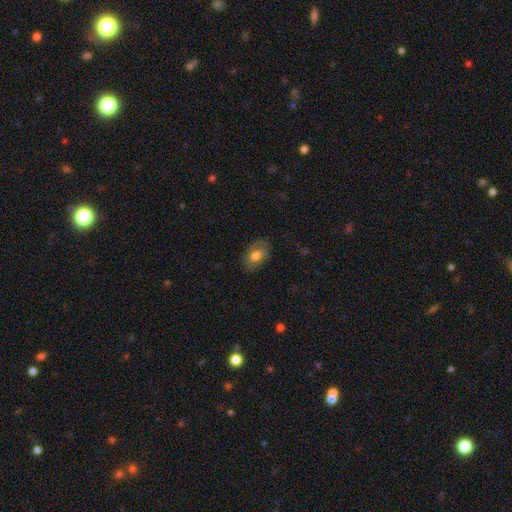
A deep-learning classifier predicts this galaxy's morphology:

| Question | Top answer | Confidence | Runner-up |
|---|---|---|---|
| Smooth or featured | smooth | 64% | featured or disk (29%) |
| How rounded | in between | 88% | round (10%) |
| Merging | none | 78% | minor disturbance (16%) |